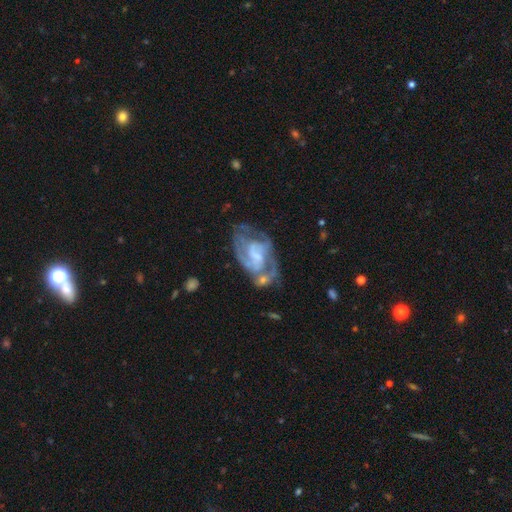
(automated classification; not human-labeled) Q: Smooth or featured?
A: featured or disk (82%); runner-up: smooth (12%)
Q: Edge-on disk?
A: no (97%); runner-up: yes (3%)
Q: Bar?
A: weak (46%); runner-up: no (42%)
Q: Spiral arms?
A: yes (85%); runner-up: no (15%)
Q: Spiral winding?
A: medium (46%); runner-up: tight (37%)
Q: Spiral arm count?
A: 2 (42%); runner-up: can't tell (29%)
Q: Bulge size?
A: small (43%); runner-up: moderate (27%)
Q: Merging?
A: none (42%); runner-up: major disturbance (23%)